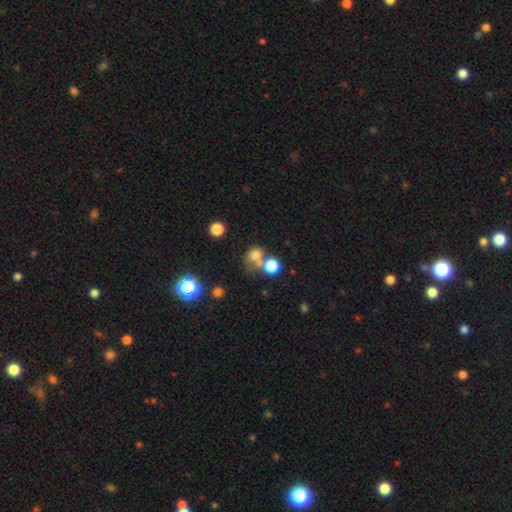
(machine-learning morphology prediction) smooth_or_featured: smooth (p=0.70) [alt: star or artifact p=0.18]
how_rounded: round (p=0.74) [alt: in between p=0.25]
merging: none (p=0.41) [alt: merger p=0.40]